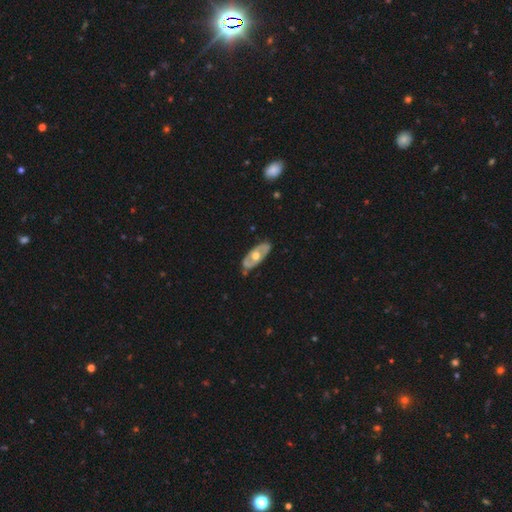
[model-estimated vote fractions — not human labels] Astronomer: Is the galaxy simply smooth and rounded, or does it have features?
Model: featured or disk — 61%.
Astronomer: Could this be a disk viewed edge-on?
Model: no — 81%.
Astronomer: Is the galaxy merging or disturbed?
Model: none — 82%.